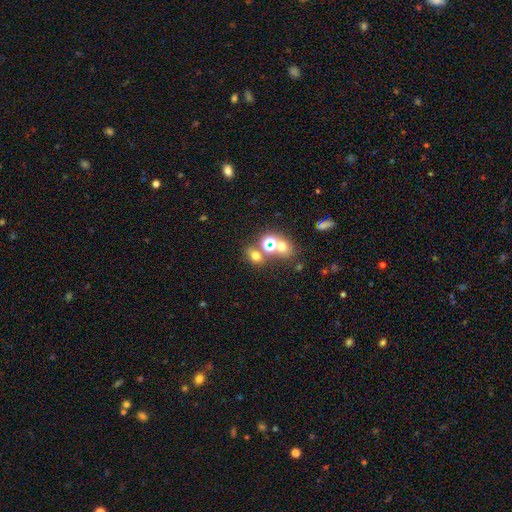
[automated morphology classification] Smooth or featured? Predicted: smooth (p=0.60). How rounded? Predicted: round (p=0.53). Merging? Predicted: none (p=0.60).